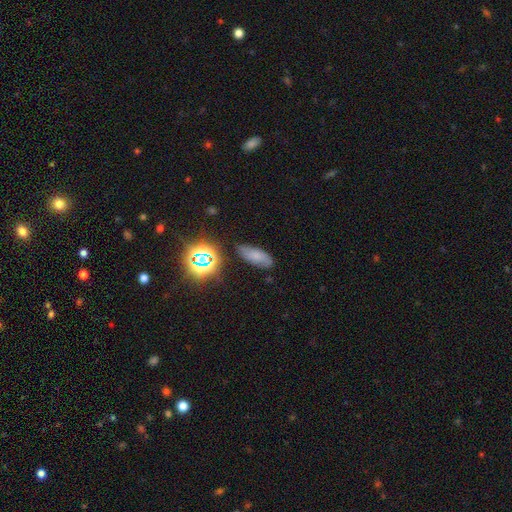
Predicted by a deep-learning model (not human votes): Morphology: type=smooth (57%); roundness=in between (76%); merging=none (74%).